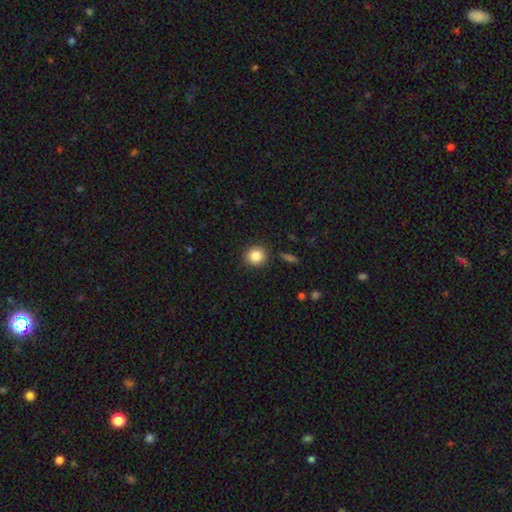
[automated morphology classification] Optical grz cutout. It shows a smooth galaxy with no disk features (86%) that is round (87%). Merging: none (89%).